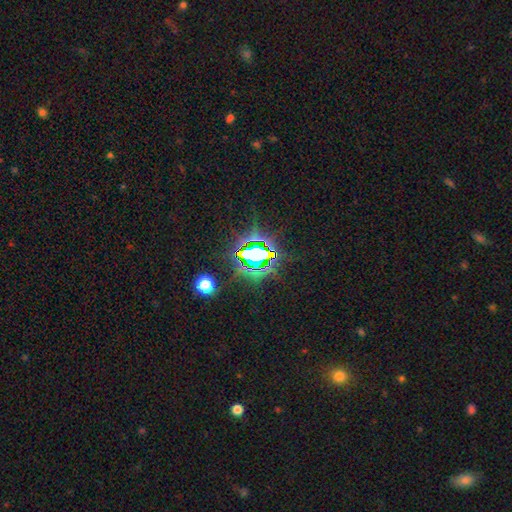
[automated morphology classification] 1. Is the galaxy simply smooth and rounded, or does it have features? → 81% star or artifact, 11% smooth, 8% featured or disk.